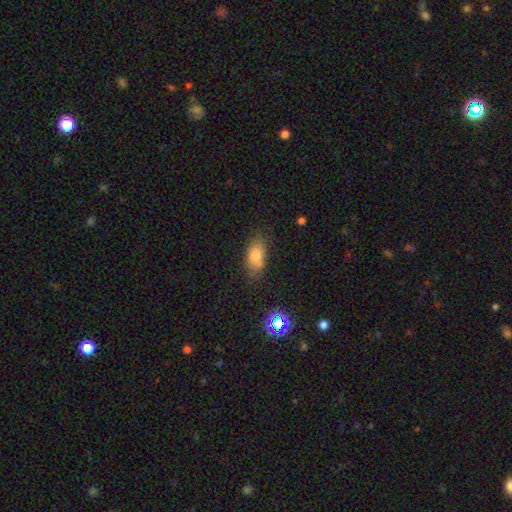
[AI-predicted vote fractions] Smooth or featured? smooth (78%)
How rounded? in between (87%)
Merging? none (71%)